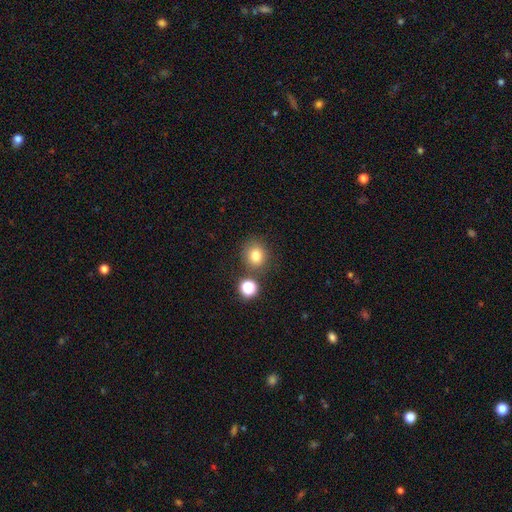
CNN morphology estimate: smooth-or-featured: smooth: 79% | star or artifact: 14% | featured or disk: 7%
  how-rounded: round: 81% | in between: 18% | cigar-shaped: 1%
  merging: none: 78% | minor disturbance: 10% | merger: 9% | major disturbance: 3%